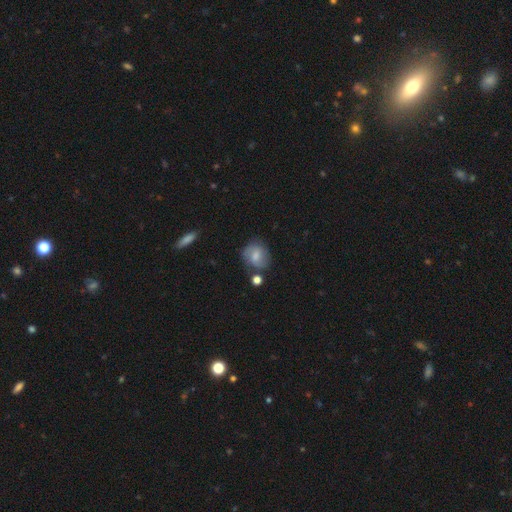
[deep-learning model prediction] A smooth galaxy with no disk features (61%) that is round (61%).

Vote fractions:
- Smooth or featured? smooth: 61% / featured or disk: 31% / star or artifact: 9%
- How rounded? round: 61% / in between: 38% / cigar-shaped: 1%
- Merging? none: 62% / minor disturbance: 22% / merger: 8% / major disturbance: 8%